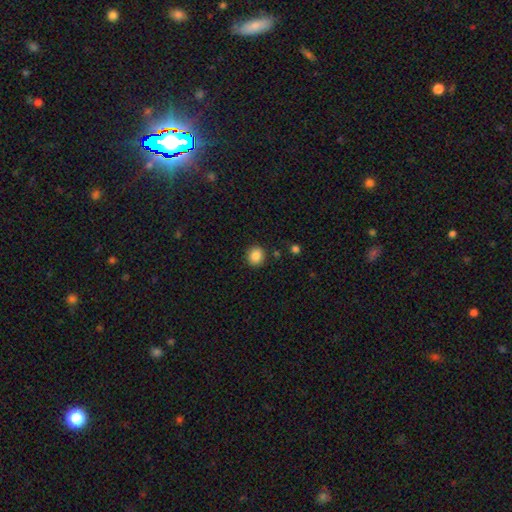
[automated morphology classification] Overall: smooth (87%). How rounded: round (83%). Merging: none (89%).